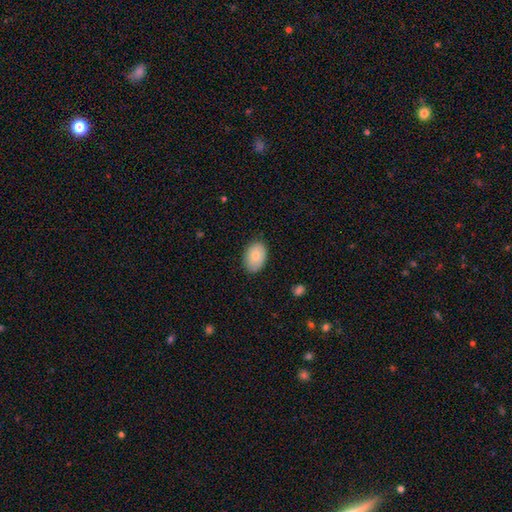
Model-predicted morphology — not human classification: A smooth galaxy with no disk features (78%) that is in between round and cigar-shaped (83%).

Vote fractions:
- Smooth or featured? smooth: 78% / featured or disk: 15% / star or artifact: 7%
- How rounded? in between: 83% / round: 16% / cigar-shaped: 1%
- Merging? none: 81% / minor disturbance: 15% / major disturbance: 3% / merger: 1%